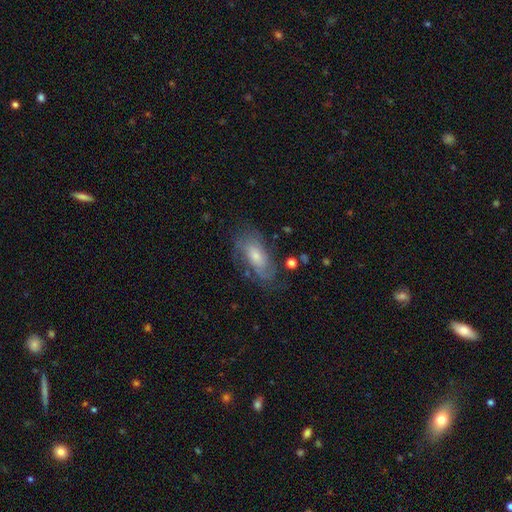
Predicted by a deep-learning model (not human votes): The model was most divided on "bulge size": moderate: 47%, small: 40%, large: 7%, none: 4%, dominant: 2%. More confident: edge-on disk — no (90%); spiral arms — yes (83%); bar — no (68%); merging — none (67%); smooth or featured — featured or disk (60%).